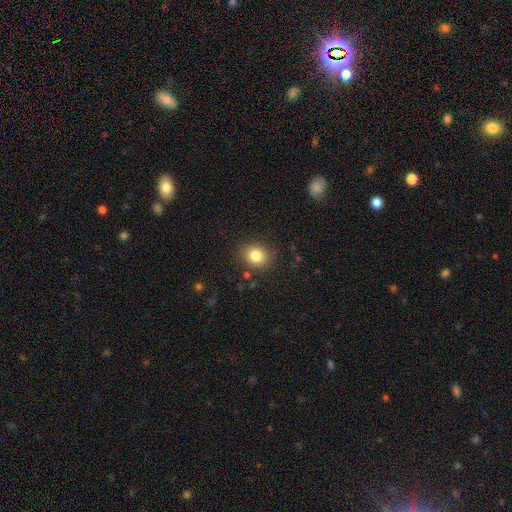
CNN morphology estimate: This is clearly a smooth galaxy (82%). How rounded: likely round (75%). Merging: clearly none (85%).